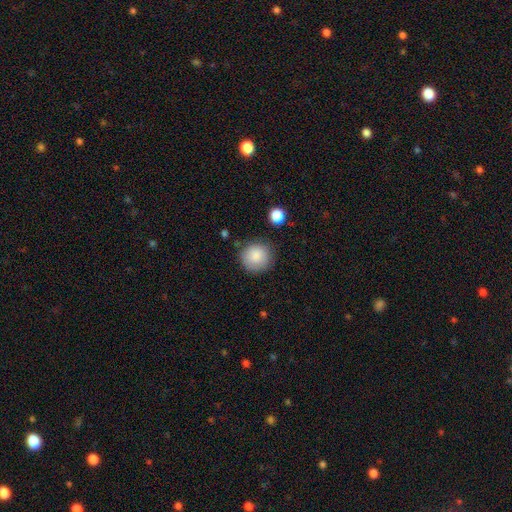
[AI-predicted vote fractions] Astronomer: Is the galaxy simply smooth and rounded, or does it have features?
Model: smooth — 86%.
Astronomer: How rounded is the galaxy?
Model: round — 93%.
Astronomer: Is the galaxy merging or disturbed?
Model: none — 82%.